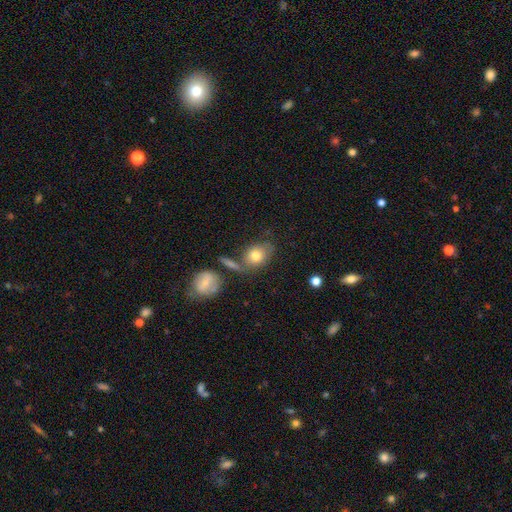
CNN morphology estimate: type=smooth (75%); roundness=in between (65%); merging=none (55%).